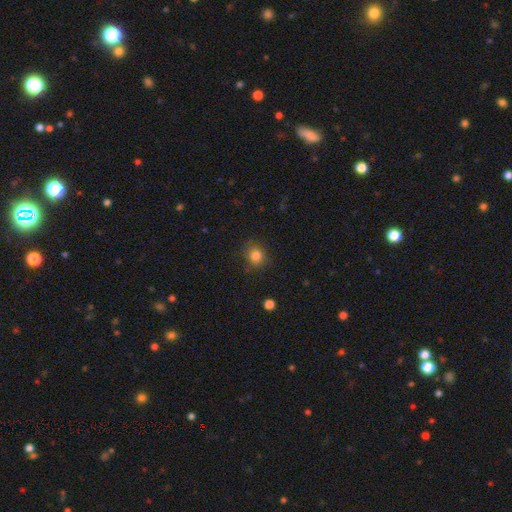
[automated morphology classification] A smooth galaxy with no disk features (83%) that is round (83%). Merging: none (84%).